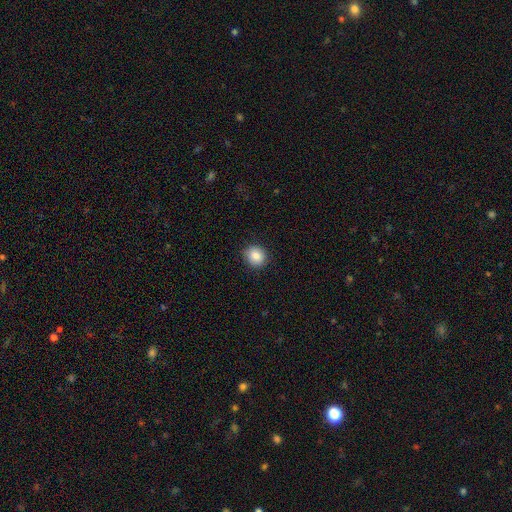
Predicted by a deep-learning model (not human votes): The model was most divided on "how rounded": round: 81%, in between: 18%, cigar-shaped: 1%. More confident: merging — none (87%); smooth or featured — smooth (85%).